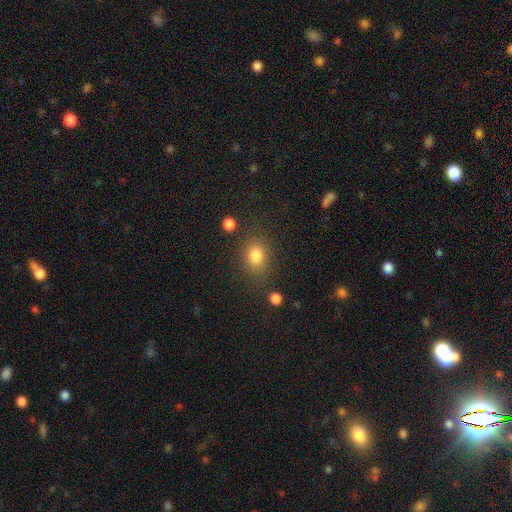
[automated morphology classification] type=smooth (80%); roundness=in between (58%); merging=none (80%).